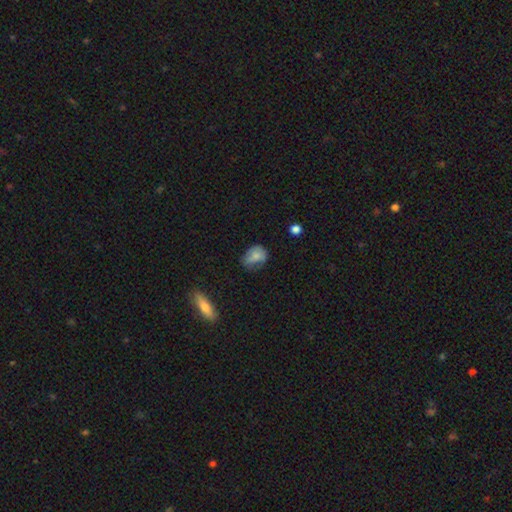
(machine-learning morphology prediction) type=smooth (75%); roundness=in between (62%); merging=none (45%).